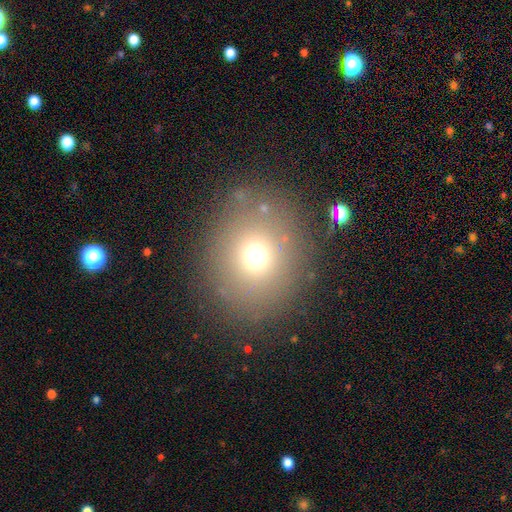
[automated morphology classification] Q: Smooth or featured?
A: smooth (69%); runner-up: star or artifact (19%)
Q: How rounded?
A: round (78%); runner-up: in between (21%)
Q: Merging?
A: none (83%); runner-up: minor disturbance (9%)